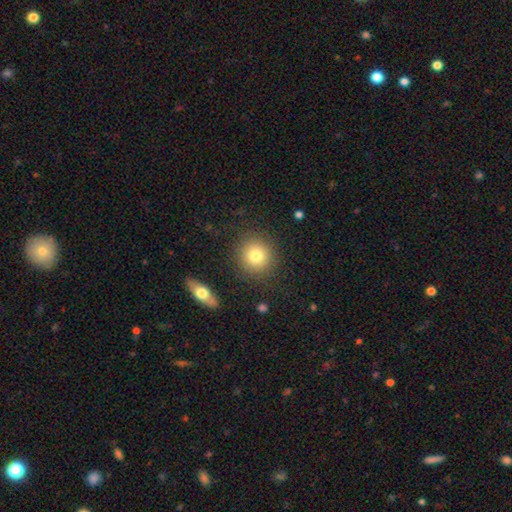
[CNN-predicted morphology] Q: Smooth or featured?
A: smooth (79%); runner-up: star or artifact (11%)
Q: How rounded?
A: round (90%); runner-up: in between (9%)
Q: Merging?
A: none (87%); runner-up: minor disturbance (7%)